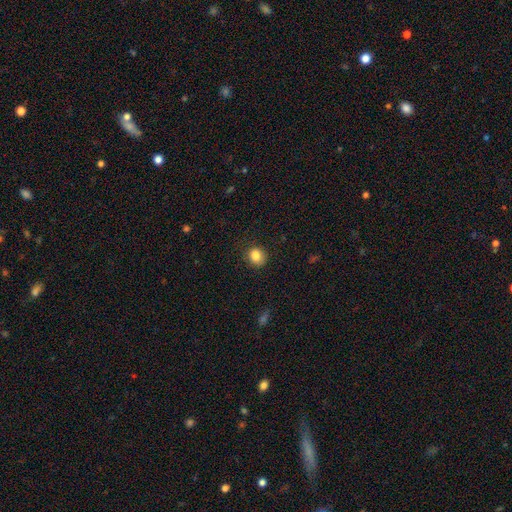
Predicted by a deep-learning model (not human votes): Overall: smooth (84%). How rounded: round (80%). Merging: none (86%).